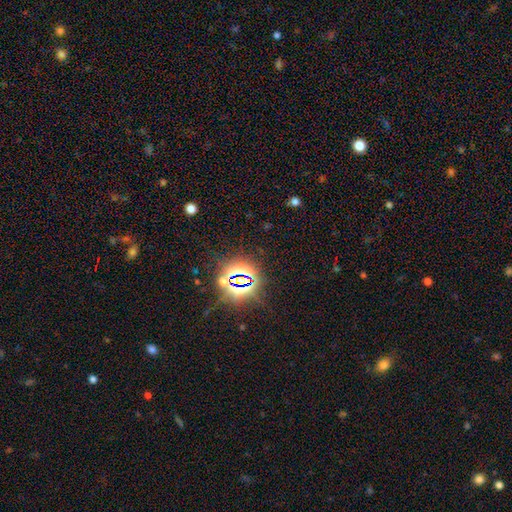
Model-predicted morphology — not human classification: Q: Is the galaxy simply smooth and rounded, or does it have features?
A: star or artifact — 81%.